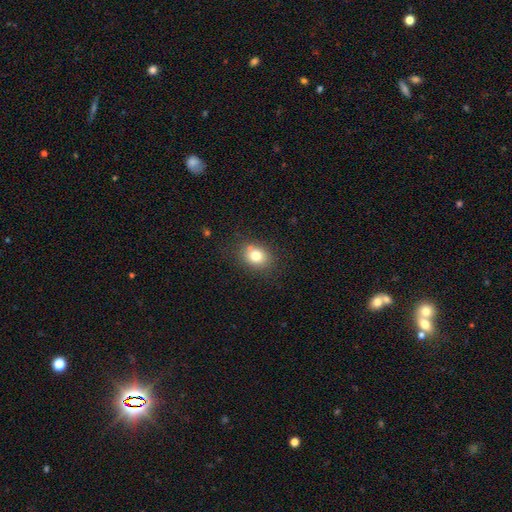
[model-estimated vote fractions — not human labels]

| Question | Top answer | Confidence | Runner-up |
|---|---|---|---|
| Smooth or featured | smooth | 79% | star or artifact (11%) |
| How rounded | round | 50% | in between (49%) |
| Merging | none | 78% | minor disturbance (14%) |